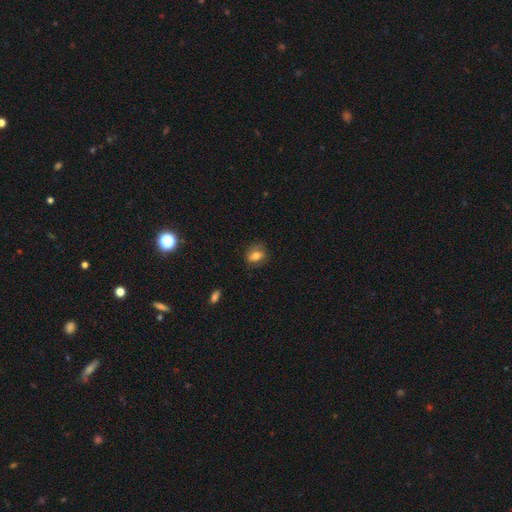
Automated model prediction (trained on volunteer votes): Smooth or featured: smooth — 70% (featured or disk — 19%)
How rounded: in between — 52% (round — 46%)
Merging: none — 76% (minor disturbance — 18%)